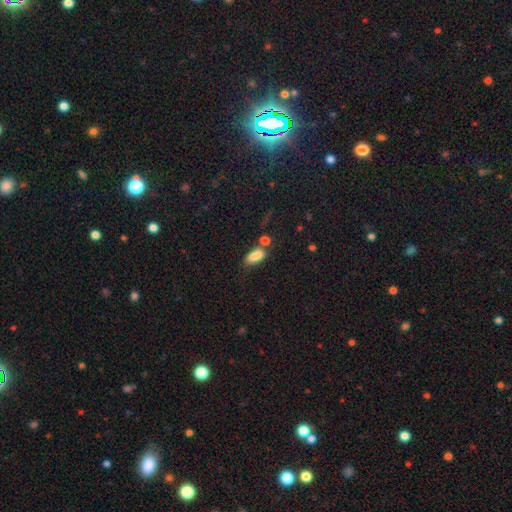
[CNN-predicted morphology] The model was most divided on "merging": none: 48%, merger: 22%, minor disturbance: 21%, major disturbance: 9%. More confident: how rounded — in between (85%); smooth or featured — smooth (83%).